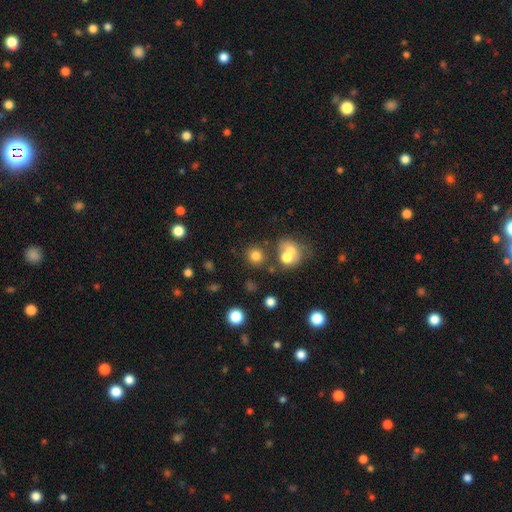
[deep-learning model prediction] This is likely a smooth galaxy (76%). How rounded: clearly round (88%). Merging: likely none (71%).